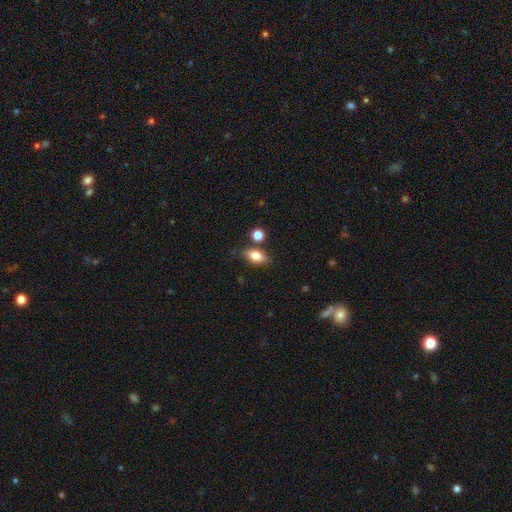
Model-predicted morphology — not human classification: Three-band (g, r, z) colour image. It shows a smooth galaxy with no disk features (80%) that is in between round and cigar-shaped (84%). Merging: none (76%).